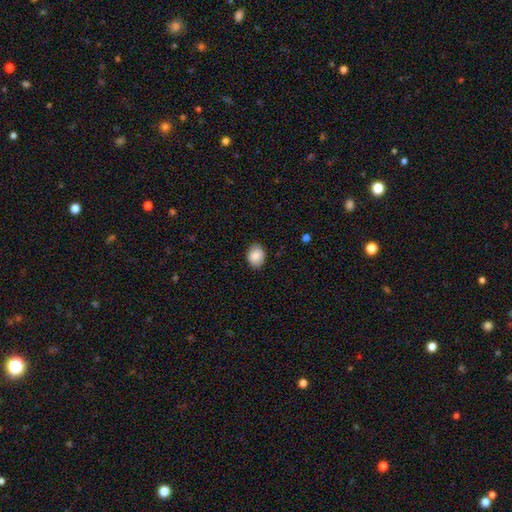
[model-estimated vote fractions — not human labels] Q: Smooth or featured?
A: smooth (87%); runner-up: star or artifact (7%)
Q: How rounded?
A: in between (59%); runner-up: round (40%)
Q: Merging?
A: none (85%); runner-up: minor disturbance (12%)